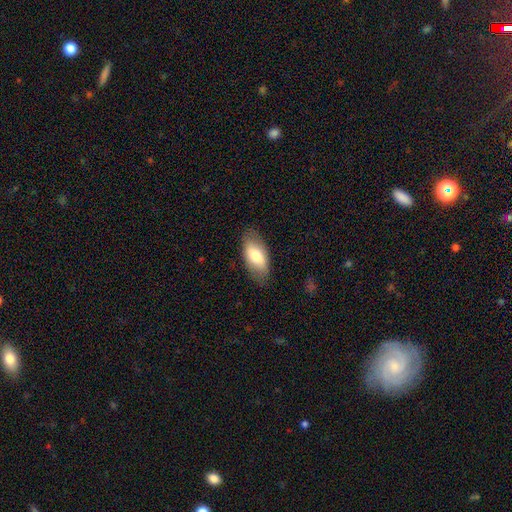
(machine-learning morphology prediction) Q: Smooth or featured?
A: smooth (75%); runner-up: featured or disk (20%)
Q: How rounded?
A: in between (91%); runner-up: cigar-shaped (6%)
Q: Merging?
A: none (80%); runner-up: minor disturbance (15%)